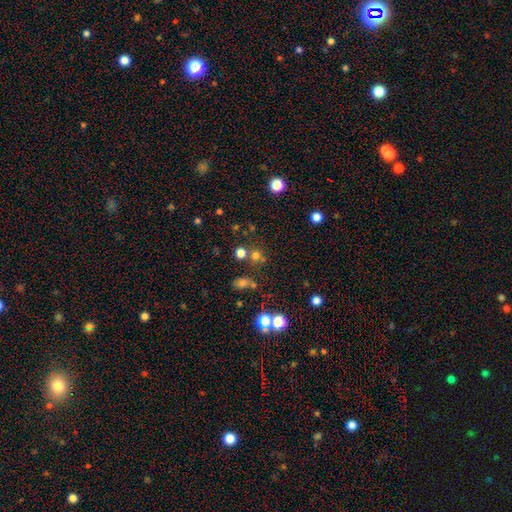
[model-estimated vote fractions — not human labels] The model was most divided on "smooth or featured": smooth: 64%, star or artifact: 27%, featured or disk: 9%. More confident: how rounded — round (87%); merging — none (65%).